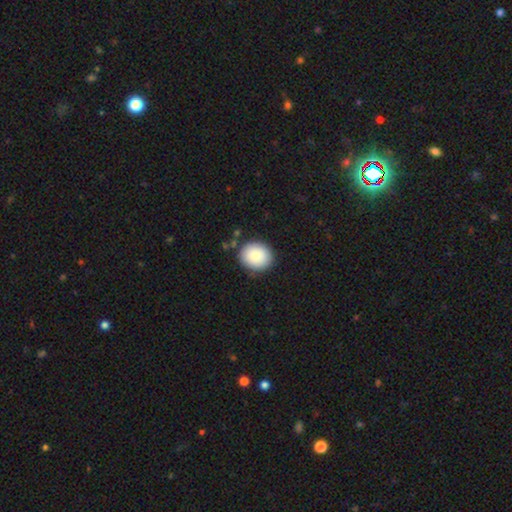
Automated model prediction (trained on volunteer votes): This is clearly a smooth galaxy (88%). How rounded: likely round (72%). Merging: clearly none (86%).